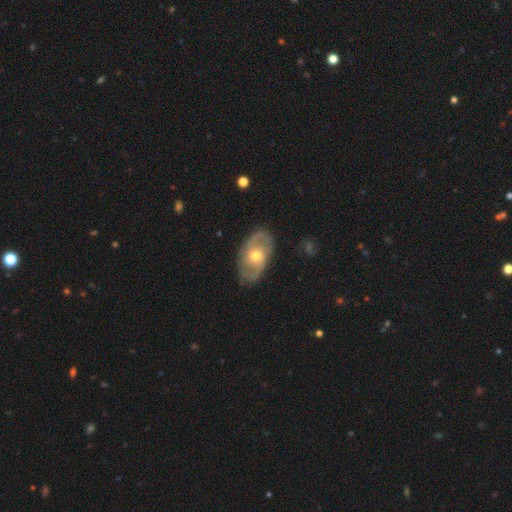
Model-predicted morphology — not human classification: smooth_or_featured: featured or disk (p=0.75) [alt: smooth p=0.20]
disk_edge_on: no (p=0.93) [alt: yes p=0.07]
bar: no (p=0.65) [alt: weak p=0.29]
has_spiral_arms: yes (p=0.81) [alt: no p=0.19]
spiral_winding: medium (p=0.46) [alt: tight p=0.32]
spiral_arm_count: 2 (p=0.80) [alt: can't tell p=0.12]
bulge_size: moderate (p=0.69) [alt: small p=0.24]
merging: none (p=0.81) [alt: minor disturbance p=0.14]